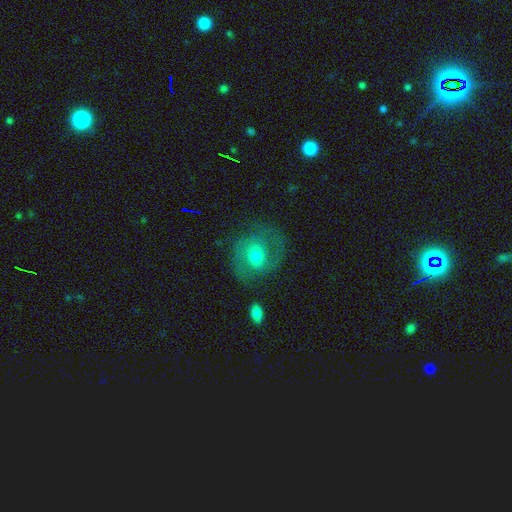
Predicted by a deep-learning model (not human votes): featured or disk 58%, smooth 33%, star or artifact 8%. Down the decision tree: edge-on disk — no (97%); bar — no (51%); spiral arms — yes (73%); bulge size — moderate (70%); merging — none (69%).